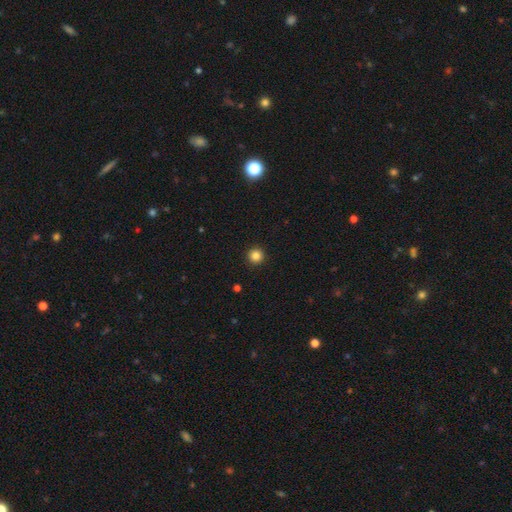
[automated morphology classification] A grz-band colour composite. It shows a smooth galaxy with no disk features (85%) that is round (96%). Merging: none (93%).